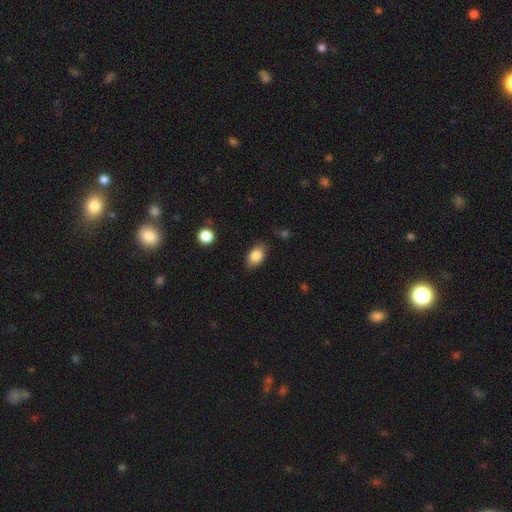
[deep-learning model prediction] Morphology: type=smooth (84%); roundness=in between (88%); merging=none (80%).